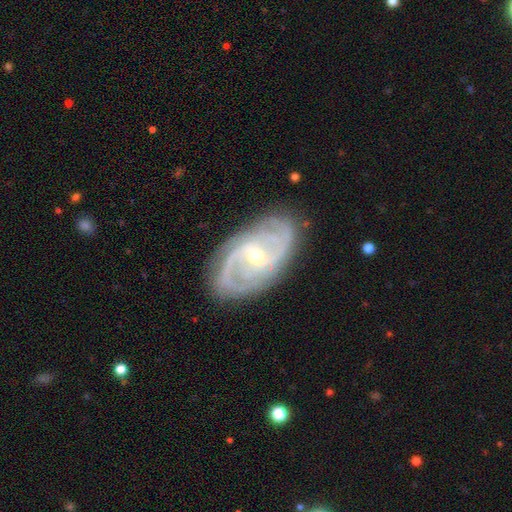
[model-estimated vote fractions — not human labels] smooth-or-featured: featured or disk: 90% | smooth: 5% | star or artifact: 5%
  disk-edge-on: no: 96% | yes: 4%
    bar: weak: 44% | no: 40% | strong: 17%
    has-spiral-arms: yes: 97% | no: 3%
      spiral-winding: tight: 51% | medium: 39% | loose: 9%
      spiral-arm-count: 2: 41% | 3: 25% | can't tell: 16% | 4: 8% | more than 4: 5% | 1: 5%
    bulge-size: small: 57% | moderate: 41% | large: 1% | none: 1% | dominant: 1%
  merging: none: 82% | minor disturbance: 13% | major disturbance: 4% | merger: 1%